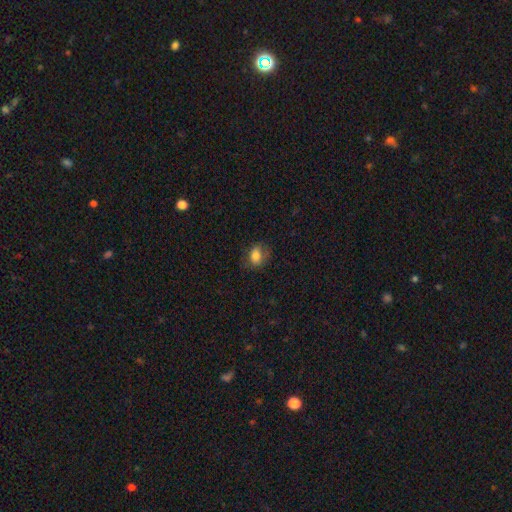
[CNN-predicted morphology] Smooth or featured? smooth (79%)
How rounded? in between (65%)
Merging? none (72%)